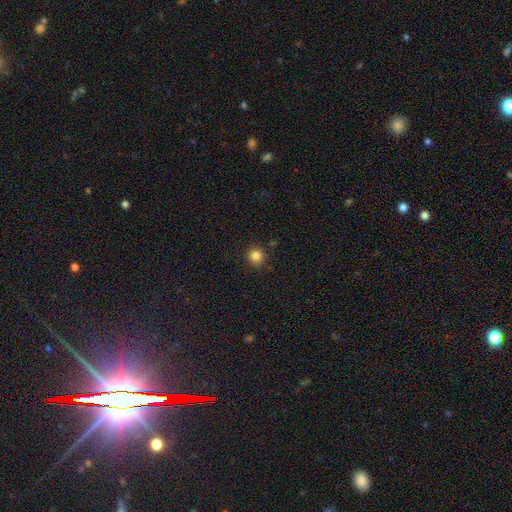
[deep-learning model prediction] Smooth or featured: smooth — 84% (star or artifact — 12%)
How rounded: round — 93% (in between — 6%)
Merging: none — 88% (minor disturbance — 7%)